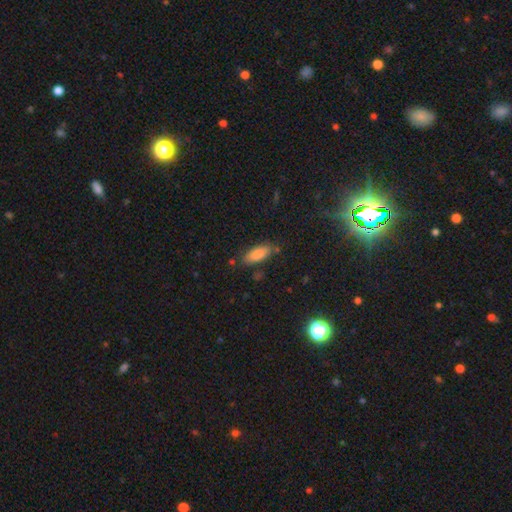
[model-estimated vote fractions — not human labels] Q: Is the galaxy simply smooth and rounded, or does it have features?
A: smooth — 76%.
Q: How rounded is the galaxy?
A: in between — 72%.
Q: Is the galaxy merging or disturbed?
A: none — 78%.